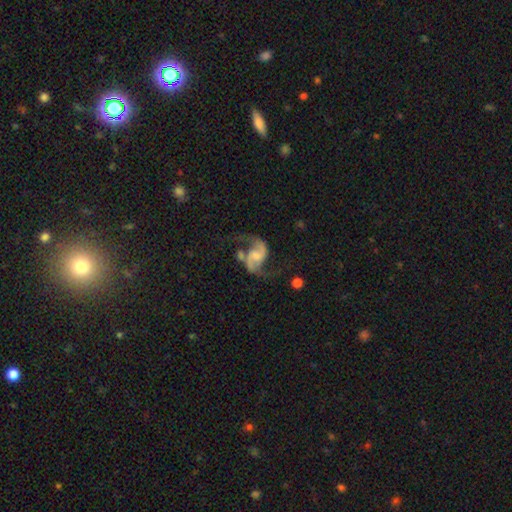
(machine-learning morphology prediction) featured or disk 88%, smooth 6%, star or artifact 5%. Down the decision tree: edge-on disk — no (98%); bar — weak (45%); spiral arms — yes (97%); spiral arm count — 2 (93%); spiral winding — loose (66%); bulge size — moderate (34%); merging — none (57%).